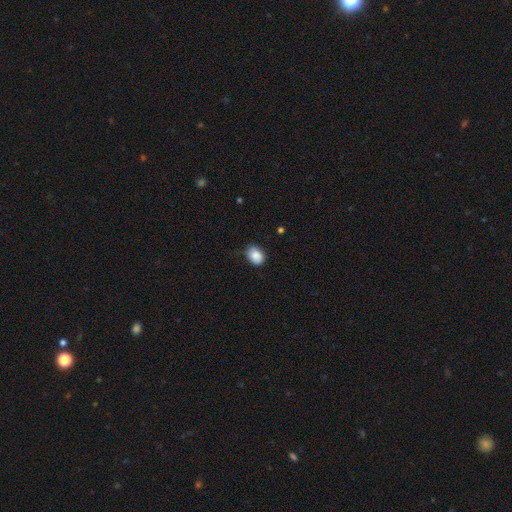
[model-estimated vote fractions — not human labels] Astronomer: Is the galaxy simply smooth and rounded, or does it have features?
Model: smooth — 87%.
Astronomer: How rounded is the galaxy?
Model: in between — 62% (runner-up: round, 37%).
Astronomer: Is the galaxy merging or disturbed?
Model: none — 68%.